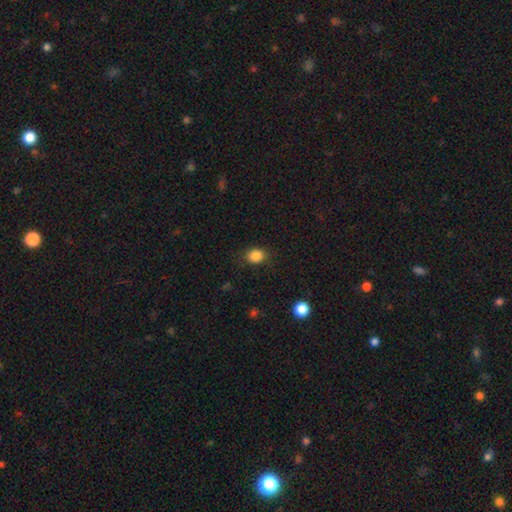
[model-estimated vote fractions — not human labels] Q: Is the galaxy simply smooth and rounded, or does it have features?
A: smooth — 85%.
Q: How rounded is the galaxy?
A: round — 52%.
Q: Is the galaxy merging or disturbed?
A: none — 83%.